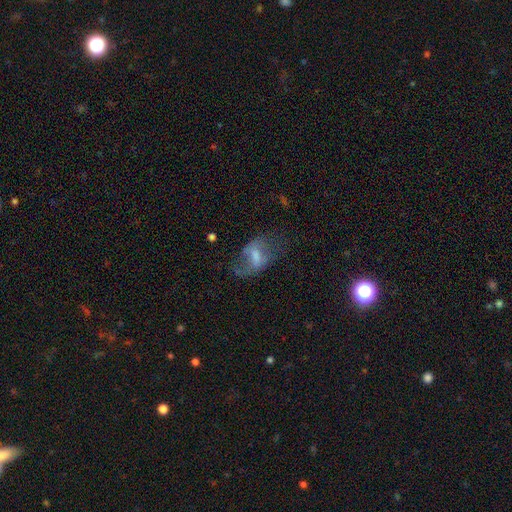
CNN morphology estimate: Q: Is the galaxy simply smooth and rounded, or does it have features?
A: featured or disk — 53%.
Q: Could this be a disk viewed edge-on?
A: no — 94%.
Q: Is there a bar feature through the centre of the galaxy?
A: weak — 47%.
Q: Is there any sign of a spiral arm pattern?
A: yes — 55%.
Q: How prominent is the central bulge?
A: moderate — 38%.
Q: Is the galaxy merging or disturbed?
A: none — 44%.